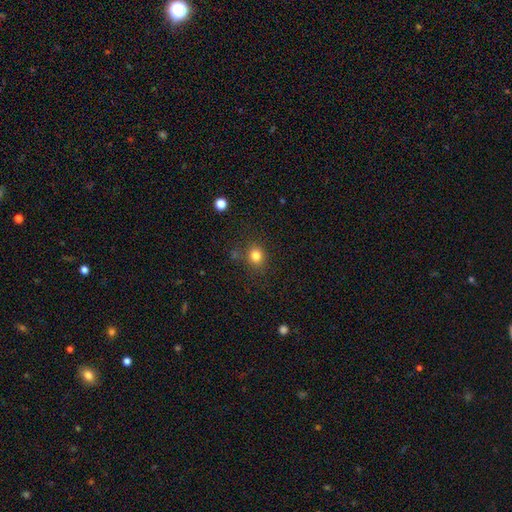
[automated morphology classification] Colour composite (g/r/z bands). It shows a smooth galaxy with no disk features (81%) that is round (76%). Merging: none (82%).